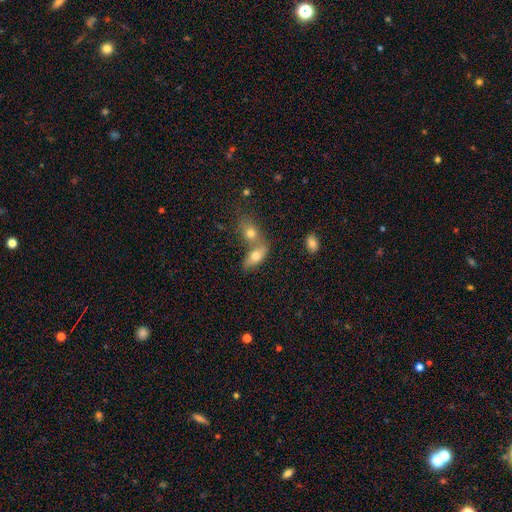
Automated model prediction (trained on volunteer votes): A smooth galaxy with no disk features (71%) that is in between round and cigar-shaped (82%). Merging: merger (50%).